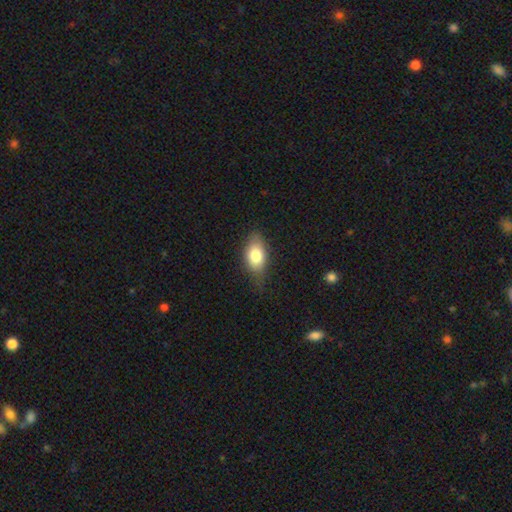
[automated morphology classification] smooth_or_featured: smooth (p=0.77) [alt: featured or disk p=0.15]
how_rounded: in between (p=0.86) [alt: round p=0.09]
merging: none (p=0.65) [alt: minor disturbance p=0.28]